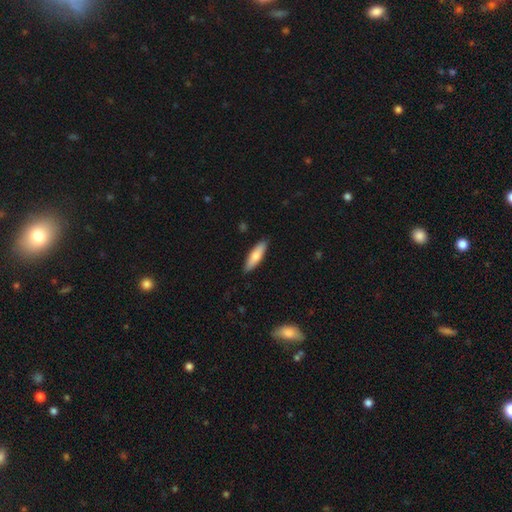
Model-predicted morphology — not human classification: A smooth galaxy with no disk features (72%) that is cigar-shaped (61%). Merging: none (89%).